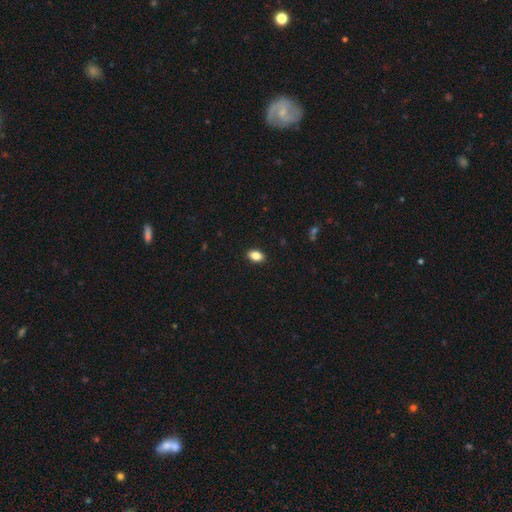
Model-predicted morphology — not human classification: Q: Smooth or featured?
A: smooth (85%); runner-up: star or artifact (9%)
Q: How rounded?
A: in between (87%); runner-up: round (11%)
Q: Merging?
A: none (90%); runner-up: minor disturbance (8%)